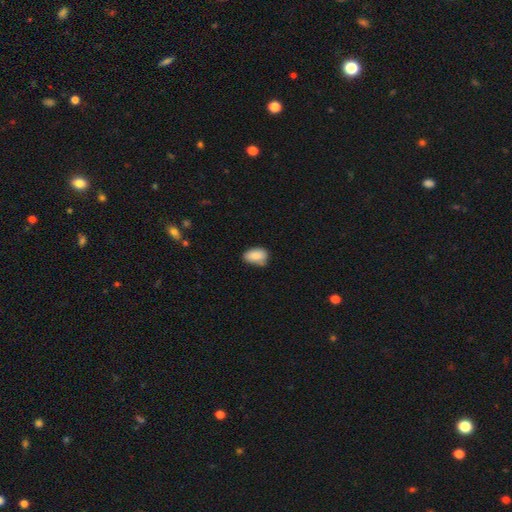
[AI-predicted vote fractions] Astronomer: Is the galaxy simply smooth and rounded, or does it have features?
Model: smooth — 83%.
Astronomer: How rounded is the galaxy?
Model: in between — 87%.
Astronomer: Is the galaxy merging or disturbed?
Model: none — 59%.